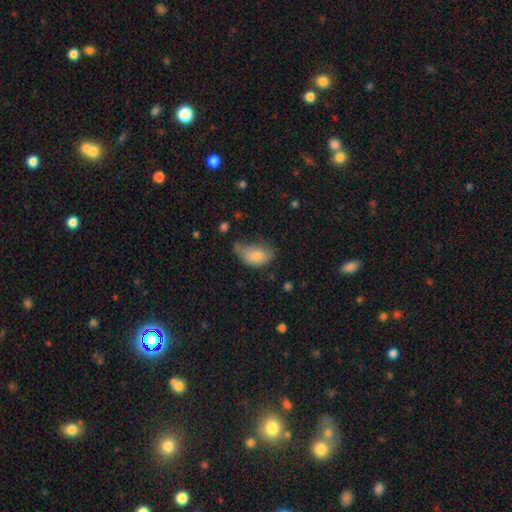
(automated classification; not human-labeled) This appears to be a smooth galaxy with no disk features (78%) that is in between round and cigar-shaped (91%). Merging: minor disturbance (40%).